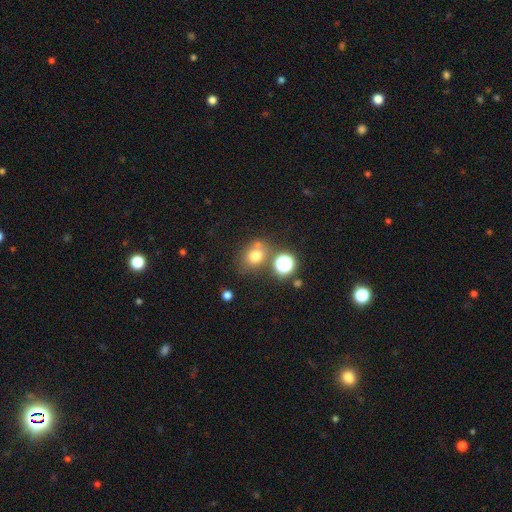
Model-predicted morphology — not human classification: This appears to be a smooth galaxy with no disk features (73%) that is round (62%). Merging: none (63%).